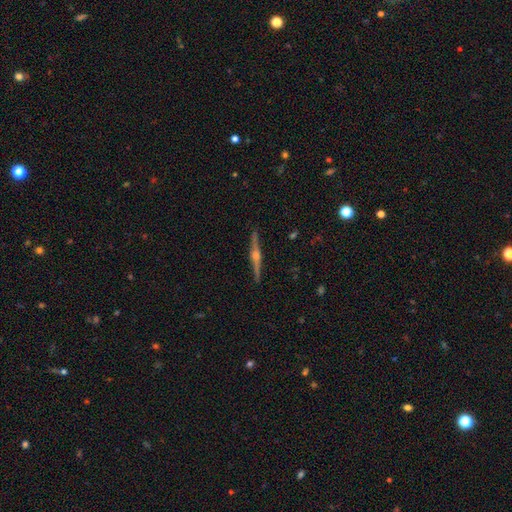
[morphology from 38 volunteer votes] Smooth or featured?
  - featured or disk: 89% *
  - star or artifact: 8%
  - smooth: 3%
Edge-on disk?
  - yes: 100% *
  - no: 0%
Edge-on bulge?
  - rounded: 97% *
  - none: 3%
  - boxy: 0%
Merging?
  - none: 97% *
  - minor disturbance: 3%
  - major disturbance: 0%
  - merger: 0%